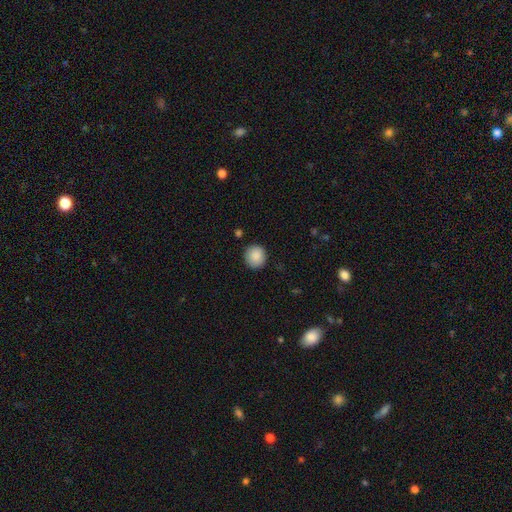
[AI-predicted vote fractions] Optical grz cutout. It shows a smooth galaxy with no disk features (89%) that is round (89%). Merging: none (88%).